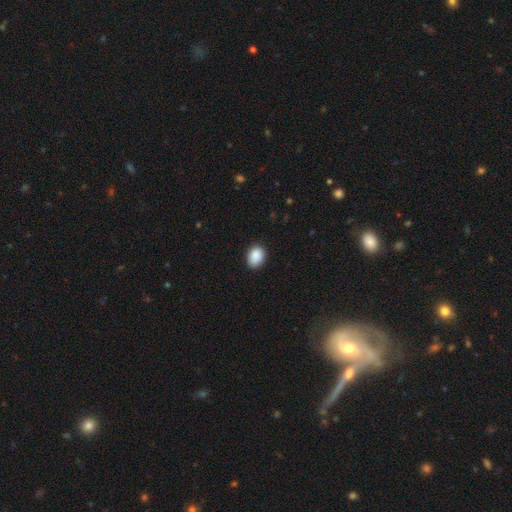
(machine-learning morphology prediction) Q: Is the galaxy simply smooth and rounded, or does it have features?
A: smooth — 90%.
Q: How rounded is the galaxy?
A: in between — 74%.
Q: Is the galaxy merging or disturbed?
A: none — 85%.